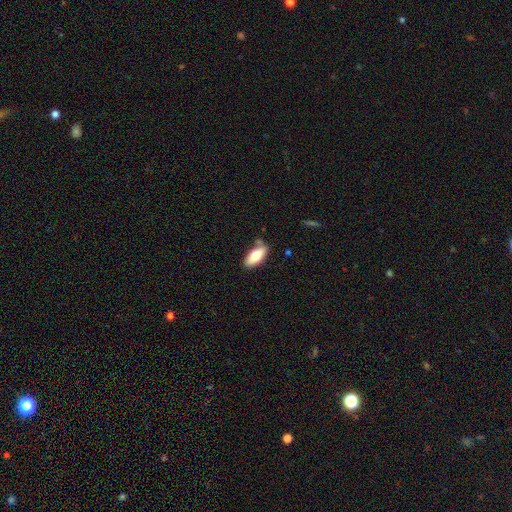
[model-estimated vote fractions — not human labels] A smooth galaxy with no disk features (75%) that is in between round and cigar-shaped (86%).

Vote fractions:
- Smooth or featured? smooth: 75% / featured or disk: 19% / star or artifact: 6%
- How rounded? in between: 86% / cigar-shaped: 11% / round: 2%
- Merging? none: 74% / minor disturbance: 17% / merger: 6% / major disturbance: 3%